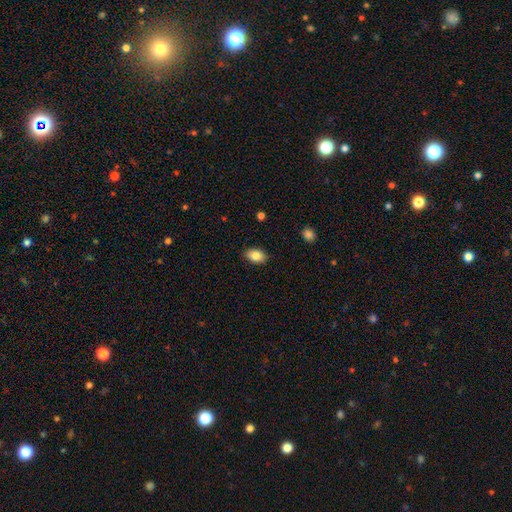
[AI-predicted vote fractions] Overall: smooth (85%). How rounded: in between (90%). Merging: none (88%).